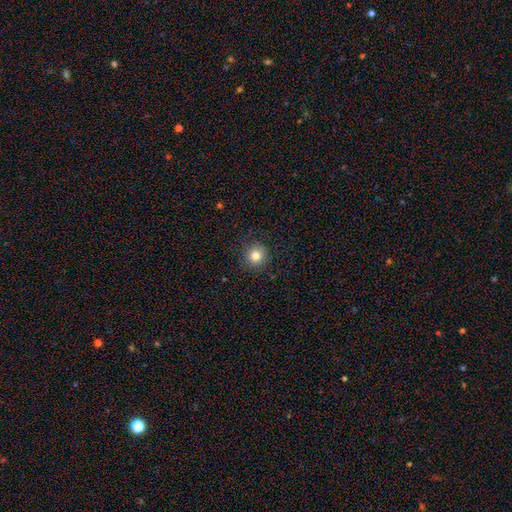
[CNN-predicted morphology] type=smooth (82%); roundness=round (93%); merging=none (89%).